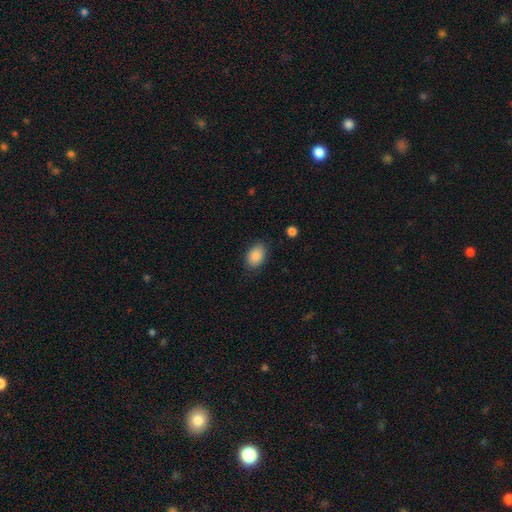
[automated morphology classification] smooth_or_featured: smooth (p=0.88) [alt: star or artifact p=0.07]
how_rounded: in between (p=0.85) [alt: round p=0.14]
merging: none (p=0.84) [alt: minor disturbance p=0.12]